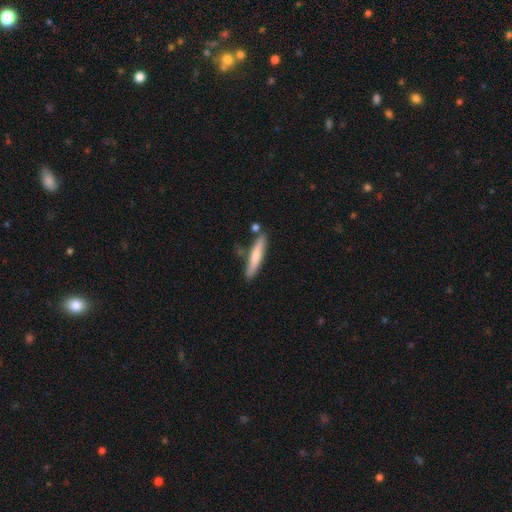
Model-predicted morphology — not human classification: Smooth or featured? smooth (65%)
How rounded? cigar-shaped (91%)
Merging? none (73%)